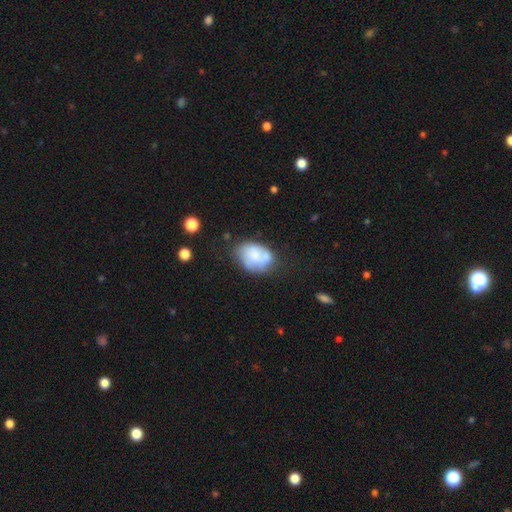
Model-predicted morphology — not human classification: smooth 60%, featured or disk 32%, star or artifact 8%. Down the decision tree: how rounded — in between (74%); merging — none (47%).